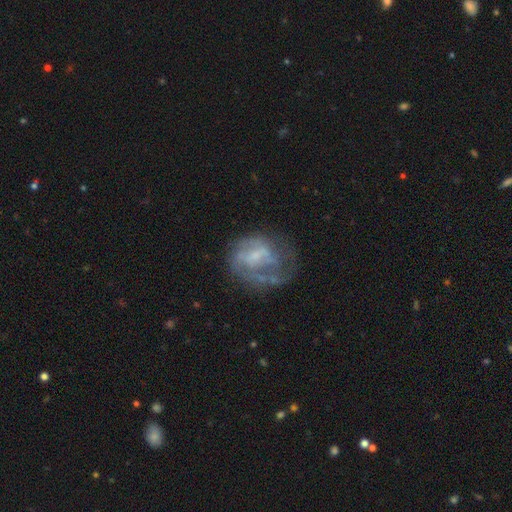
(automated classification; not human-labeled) Overall: featured or disk (66%). Edge-on disk: no (98%). Bar: no (48%; weak 41%). Spiral arms: yes (56%; no 44%). Bulge size: small (43%; none 31%). Merging: none (41%; major disturbance 32%).